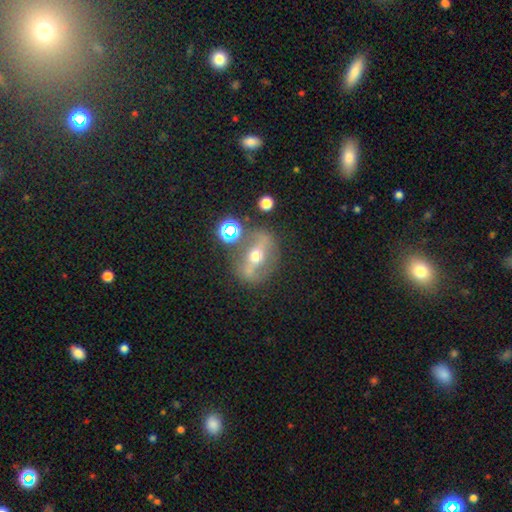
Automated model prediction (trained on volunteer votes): Q: Smooth or featured?
A: featured or disk (65%); runner-up: smooth (23%)
Q: Edge-on disk?
A: no (75%); runner-up: yes (25%)
Q: Merging?
A: none (72%); runner-up: minor disturbance (14%)